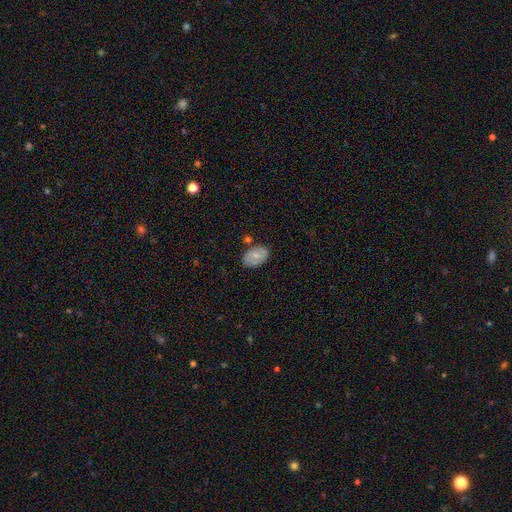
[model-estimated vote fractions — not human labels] This is likely a smooth galaxy (68%). How rounded: clearly in between (90%). Merging: likely none (74%).